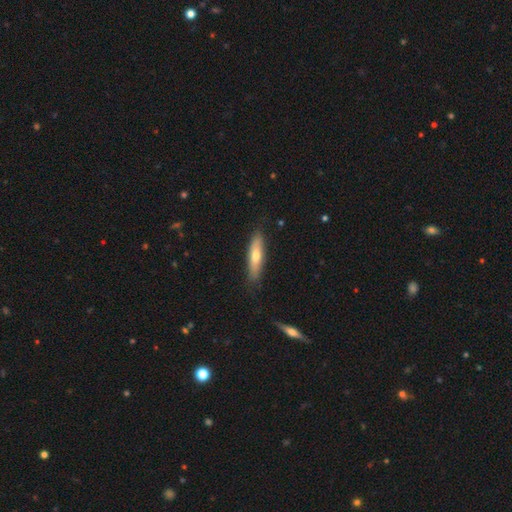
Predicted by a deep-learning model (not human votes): Q: Smooth or featured?
A: smooth (60%); runner-up: featured or disk (34%)
Q: How rounded?
A: cigar-shaped (70%); runner-up: in between (28%)
Q: Merging?
A: none (82%); runner-up: minor disturbance (14%)